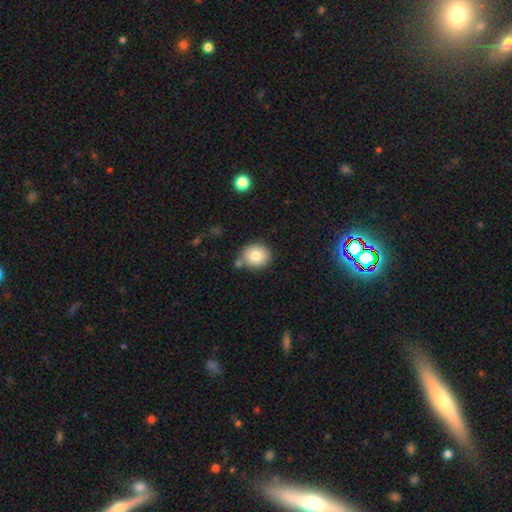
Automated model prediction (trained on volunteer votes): The model was most divided on "how rounded": round: 79%, in between: 20%, cigar-shaped: 1%. More confident: smooth or featured — smooth (82%); merging — none (73%).